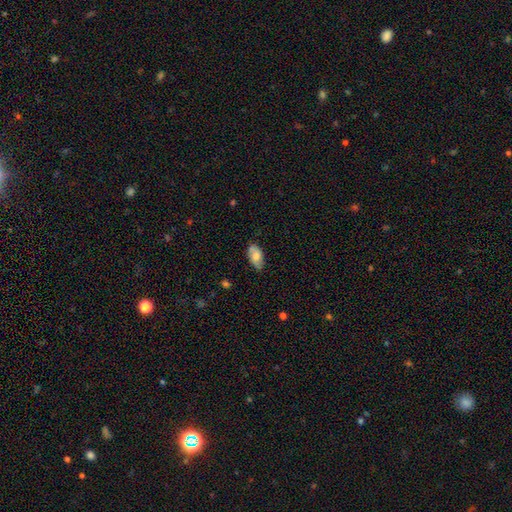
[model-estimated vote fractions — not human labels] This appears to be a smooth galaxy with no disk features (64%) that is in between round and cigar-shaped (92%). Merging: none (71%).